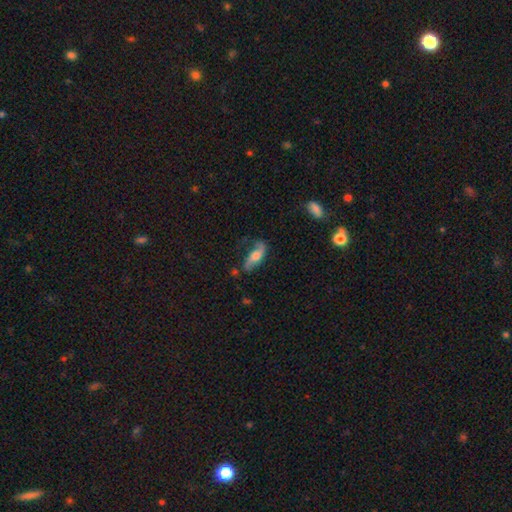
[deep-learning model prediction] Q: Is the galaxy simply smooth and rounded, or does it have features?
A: featured or disk — 58%.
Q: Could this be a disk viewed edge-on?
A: no — 84%.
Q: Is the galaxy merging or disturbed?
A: none — 61%.